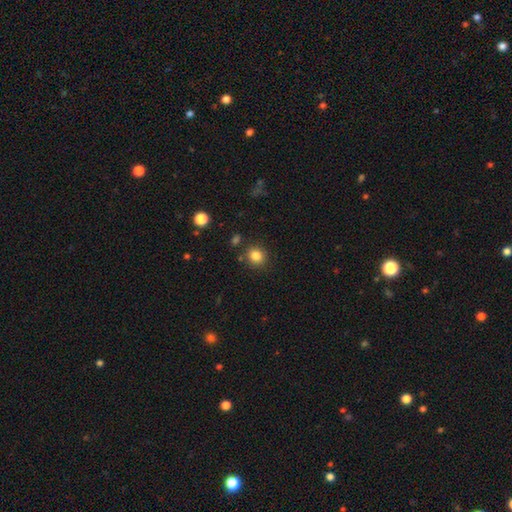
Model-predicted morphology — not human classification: The model was most divided on "how rounded": round: 84%, in between: 15%, cigar-shaped: 1%. More confident: merging — none (85%); smooth or featured — smooth (83%).